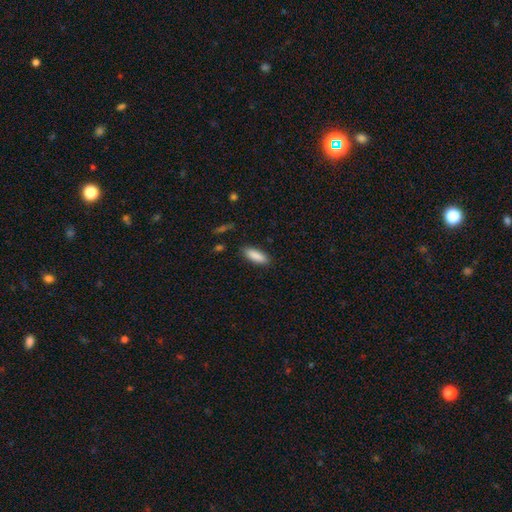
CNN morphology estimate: Smooth or featured? smooth (89%)
How rounded? in between (63%)
Merging? none (87%)